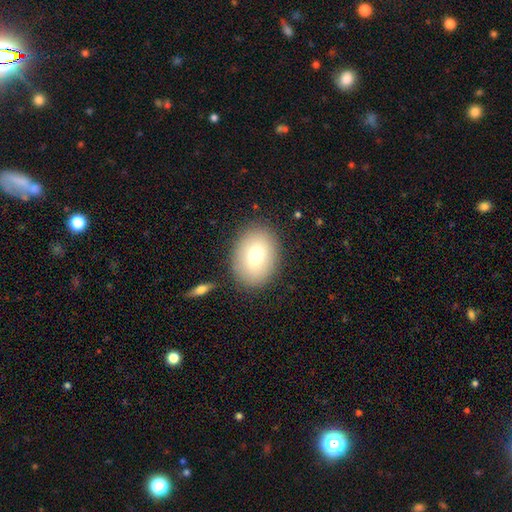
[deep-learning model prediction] A smooth galaxy with no disk features (72%) that is in between round and cigar-shaped (72%).

Vote fractions:
- Smooth or featured? smooth: 72% / featured or disk: 19% / star or artifact: 9%
- How rounded? in between: 72% / round: 27% / cigar-shaped: 1%
- Merging? none: 85% / minor disturbance: 9% / major disturbance: 3% / merger: 2%